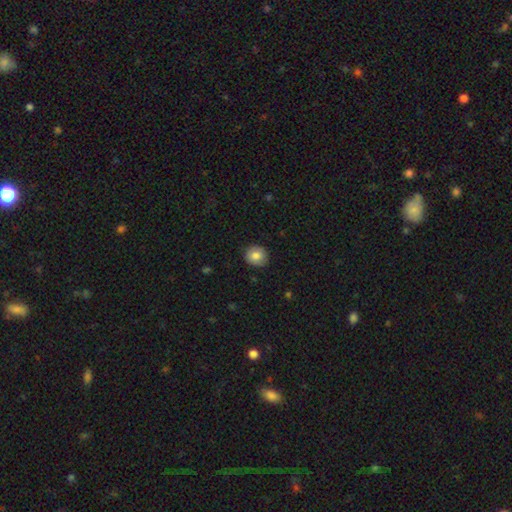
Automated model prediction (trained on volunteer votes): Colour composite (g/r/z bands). It shows a smooth galaxy with no disk features (80%) that is round (82%). Merging: none (88%).